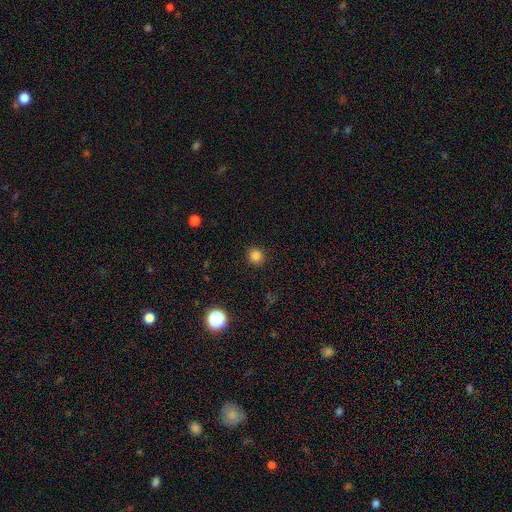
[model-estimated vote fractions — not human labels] Q: Smooth or featured?
A: smooth (83%); runner-up: star or artifact (14%)
Q: How rounded?
A: round (92%); runner-up: in between (7%)
Q: Merging?
A: none (92%); runner-up: minor disturbance (6%)